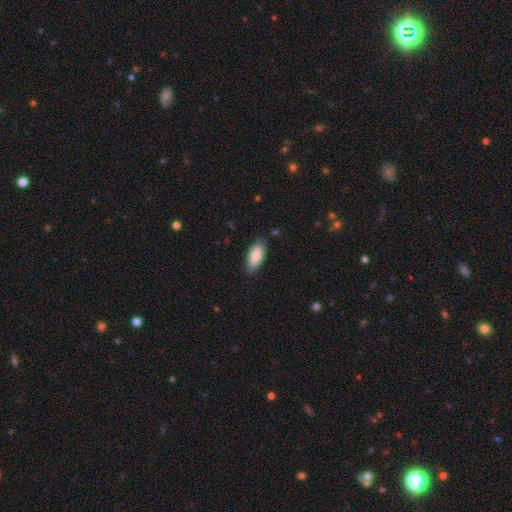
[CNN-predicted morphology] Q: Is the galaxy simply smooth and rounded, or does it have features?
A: smooth — 83%.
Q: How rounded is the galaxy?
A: in between — 86%.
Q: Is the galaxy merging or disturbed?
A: none — 79%.